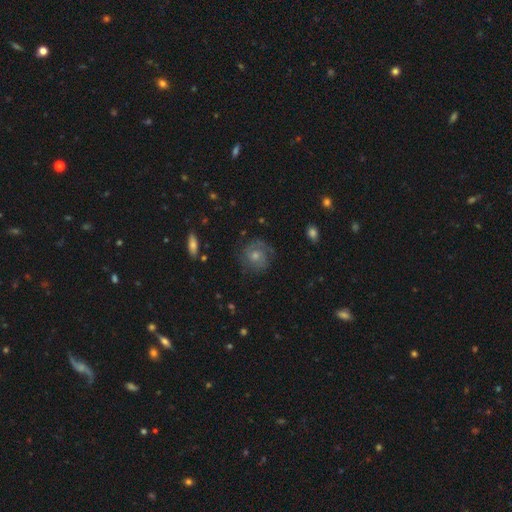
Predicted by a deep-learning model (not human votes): A featured or disk galaxy (69%) with no bar (74%), 2 (51%) tight (56%) spiral arms (90%) and a moderate central bulge (53%). Merging: none (74%).